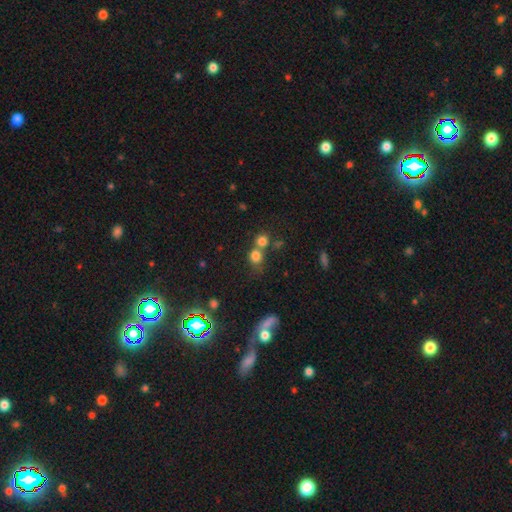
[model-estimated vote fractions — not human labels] Smooth or featured?
  - smooth: 76% *
  - star or artifact: 16%
  - featured or disk: 8%
How rounded?
  - round: 81% *
  - in between: 18%
  - cigar-shaped: 1%
Merging?
  - none: 48% *
  - merger: 39%
  - minor disturbance: 9%
  - major disturbance: 4%